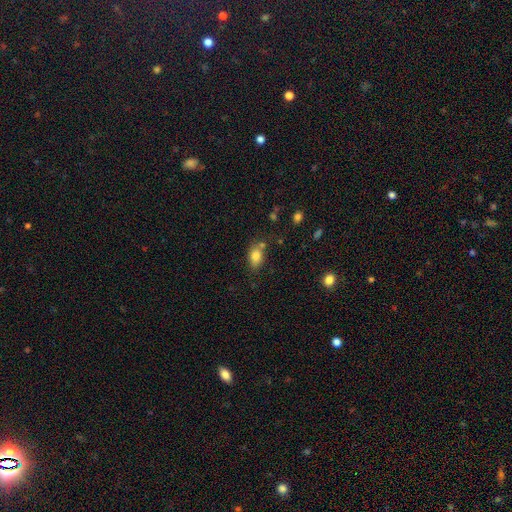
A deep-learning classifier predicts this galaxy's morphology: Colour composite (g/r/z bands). It shows a smooth galaxy with no disk features (82%) that is in between round and cigar-shaped (81%). Merging: none (62%).